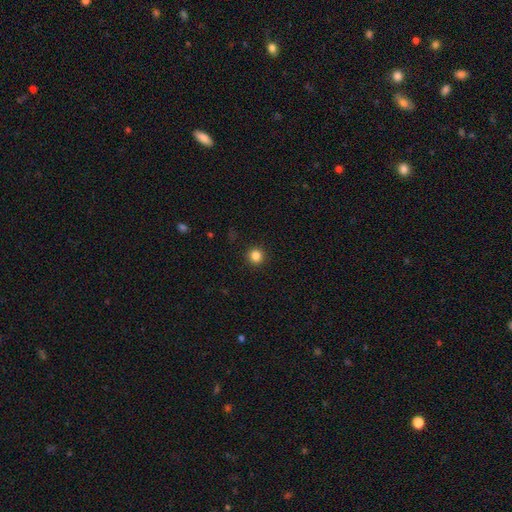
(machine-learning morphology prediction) The model was most divided on "smooth or featured": smooth: 85%, star or artifact: 11%, featured or disk: 4%. More confident: how rounded — round (95%); merging — none (93%).